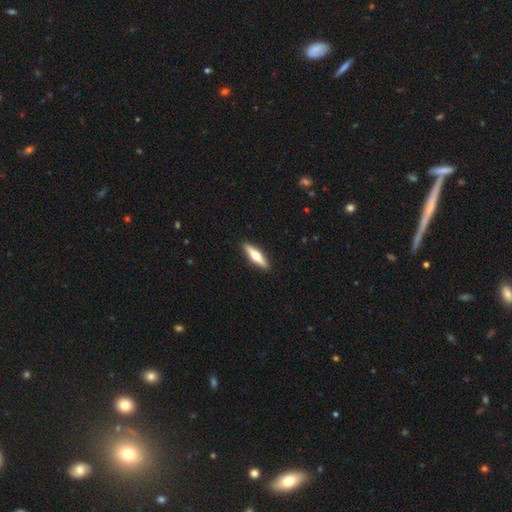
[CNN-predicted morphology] The model was most divided on "smooth or featured": featured or disk: 52%, smooth: 43%, star or artifact: 5%. More confident: edge-on disk — yes (94%); merging — none (91%).